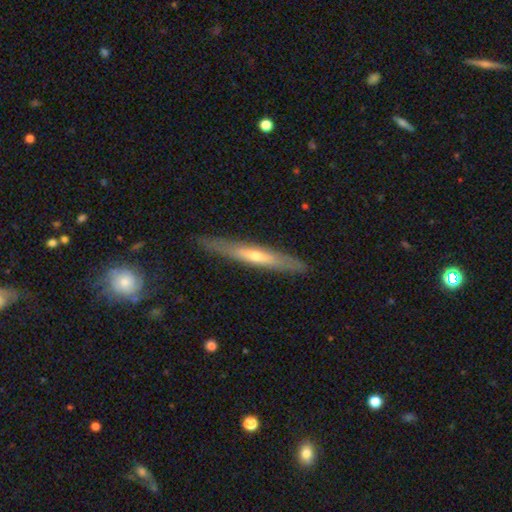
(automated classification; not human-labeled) smooth_or_featured: featured or disk (p=0.64) [alt: smooth p=0.30]
disk_edge_on: yes (p=0.90) [alt: no p=0.10]
edge_on_bulge: rounded (p=0.66) [alt: none p=0.31]
merging: none (p=0.87) [alt: minor disturbance p=0.10]